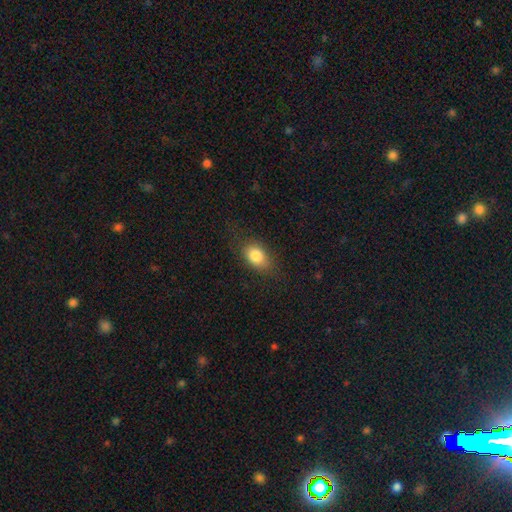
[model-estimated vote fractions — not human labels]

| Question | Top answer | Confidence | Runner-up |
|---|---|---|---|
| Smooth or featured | smooth | 83% | featured or disk (9%) |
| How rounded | in between | 79% | round (19%) |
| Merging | none | 75% | minor disturbance (17%) |